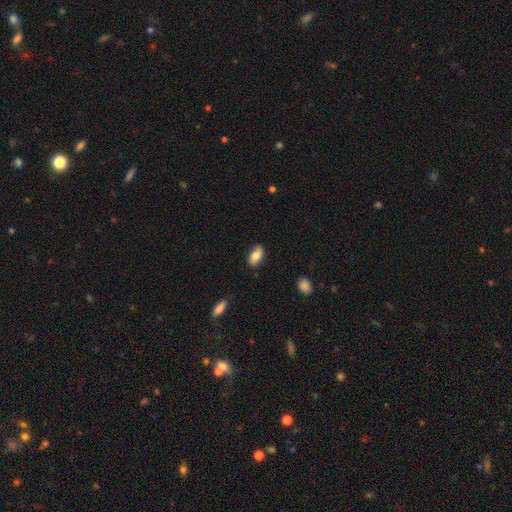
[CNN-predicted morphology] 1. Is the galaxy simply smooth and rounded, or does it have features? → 78% smooth, 16% featured or disk, 7% star or artifact.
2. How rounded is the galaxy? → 91% in between, 5% round, 3% cigar-shaped.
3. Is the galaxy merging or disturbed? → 82% none, 14% minor disturbance, 3% major disturbance, 1% merger.